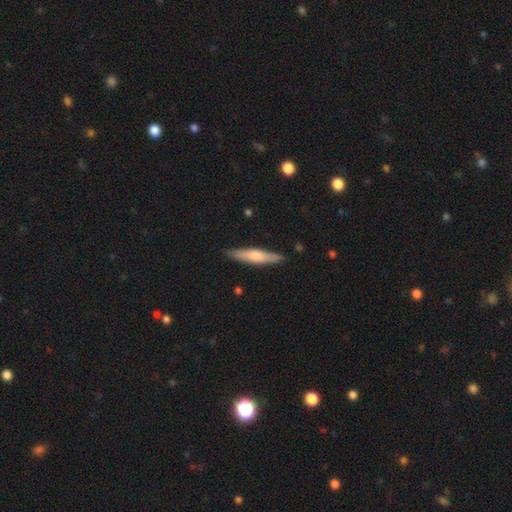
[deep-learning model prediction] smooth 59%, featured or disk 36%, star or artifact 5%. Down the decision tree: how rounded — cigar-shaped (86%); merging — none (87%).